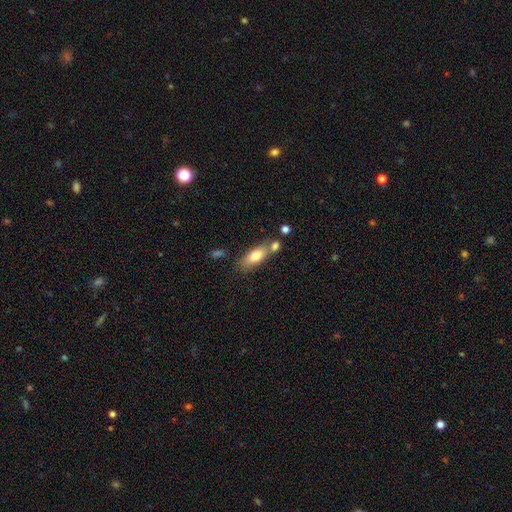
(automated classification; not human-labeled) Q: Smooth or featured?
A: smooth (74%); runner-up: featured or disk (18%)
Q: How rounded?
A: in between (74%); runner-up: cigar-shaped (23%)
Q: Merging?
A: none (57%); runner-up: merger (24%)